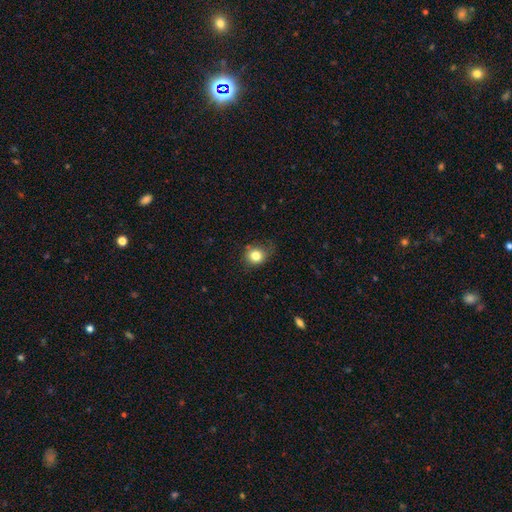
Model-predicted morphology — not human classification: Smooth or featured? Predicted: smooth (p=0.82). How rounded? Predicted: round (p=0.77). Merging? Predicted: none (p=0.66).